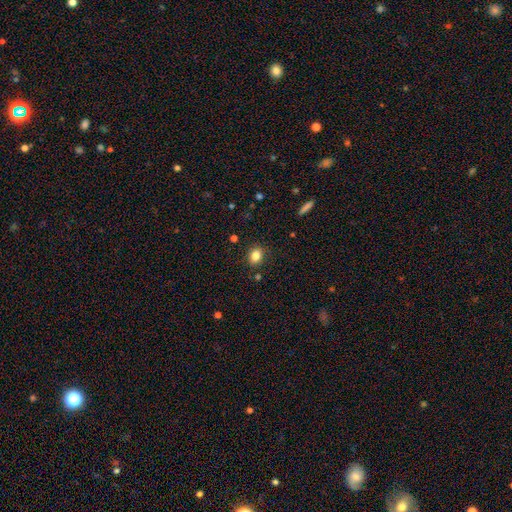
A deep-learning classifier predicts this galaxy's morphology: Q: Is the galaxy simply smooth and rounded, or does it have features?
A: smooth — 83%.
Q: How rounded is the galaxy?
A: in between — 53%.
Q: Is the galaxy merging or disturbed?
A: none — 85%.